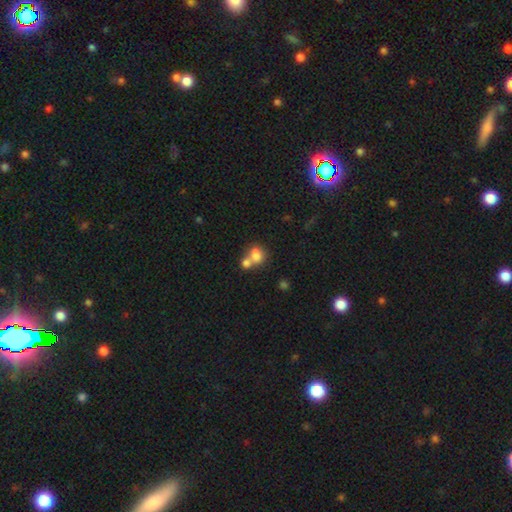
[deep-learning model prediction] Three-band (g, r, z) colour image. It shows a smooth galaxy with no disk features (76%) that is round (63%). Merging: merger (61%).